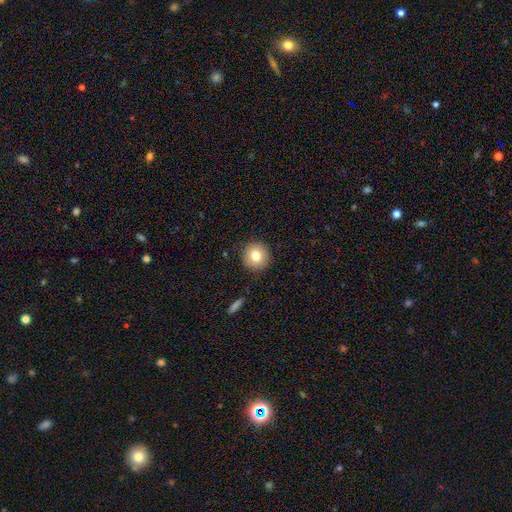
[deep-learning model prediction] Smooth or featured? Predicted: smooth (p=0.78). How rounded? Predicted: round (p=0.95). Merging? Predicted: none (p=0.90).